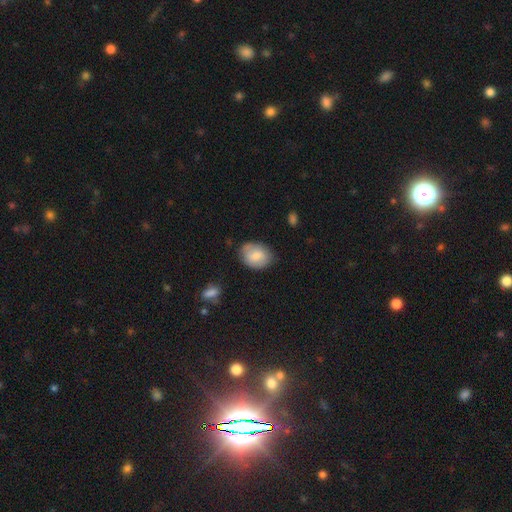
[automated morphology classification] This is likely a smooth galaxy (78%). How rounded: likely in between (63%). Merging: likely none (75%).